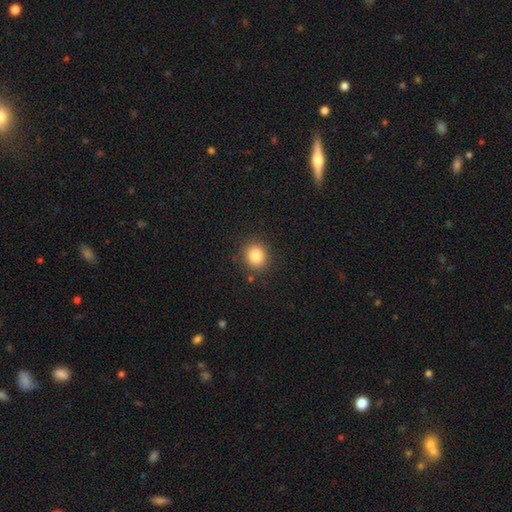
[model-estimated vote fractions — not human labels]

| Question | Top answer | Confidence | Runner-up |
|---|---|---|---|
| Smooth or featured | smooth | 84% | star or artifact (11%) |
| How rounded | round | 82% | in between (17%) |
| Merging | none | 88% | minor disturbance (8%) |